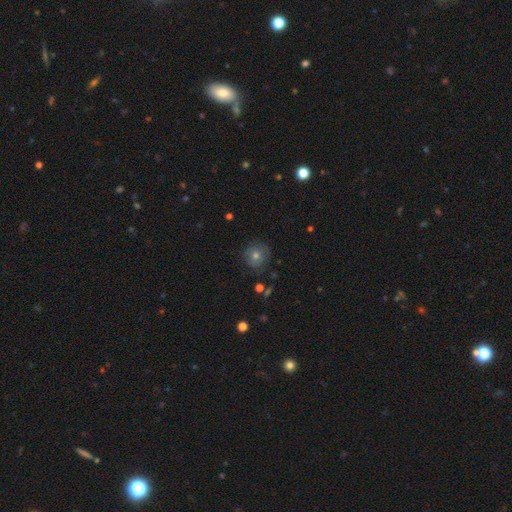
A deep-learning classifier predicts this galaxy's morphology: Q: Smooth or featured?
A: smooth (55%); runner-up: featured or disk (25%)
Q: How rounded?
A: round (91%); runner-up: in between (8%)
Q: Merging?
A: none (82%); runner-up: minor disturbance (12%)